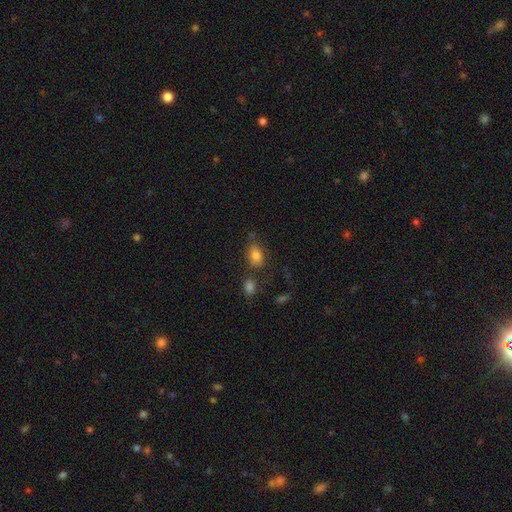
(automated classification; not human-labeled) A smooth galaxy with no disk features (81%) that is in between round and cigar-shaped (79%). Merging: none (68%).